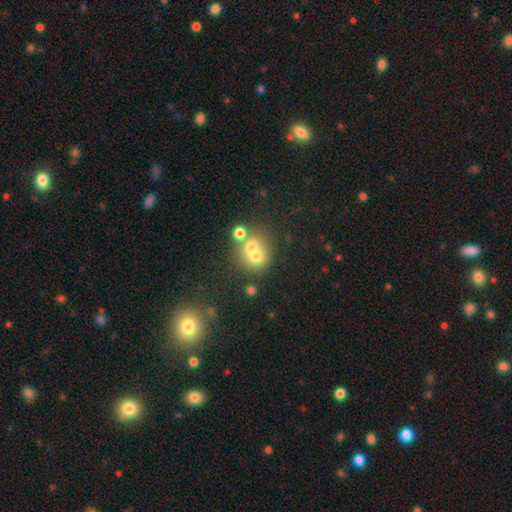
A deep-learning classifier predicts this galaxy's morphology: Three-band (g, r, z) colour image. It shows a smooth galaxy with no disk features (62%) that is round (80%). Merging: merger (54%).